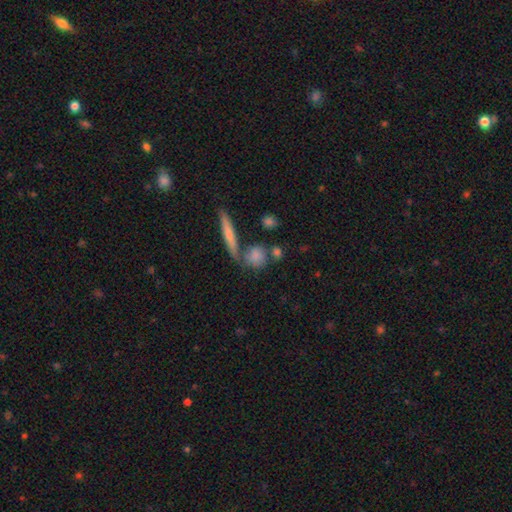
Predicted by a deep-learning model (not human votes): Morphology: type=smooth (77%); roundness=round (59%); merging=none (59%).